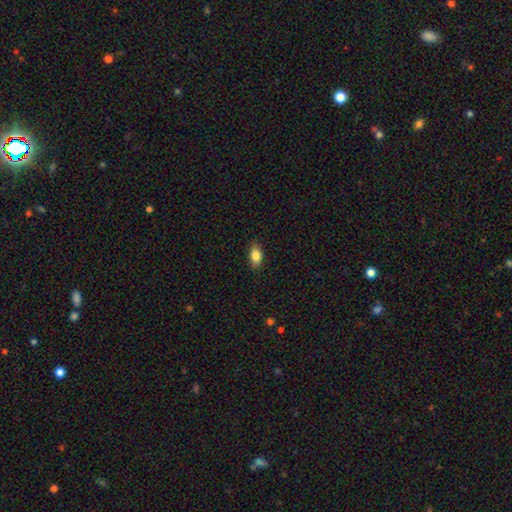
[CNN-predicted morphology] The model was most divided on "merging": none: 86%, minor disturbance: 11%, major disturbance: 2%, merger: 1%. More confident: how rounded — in between (89%); smooth or featured — smooth (85%).